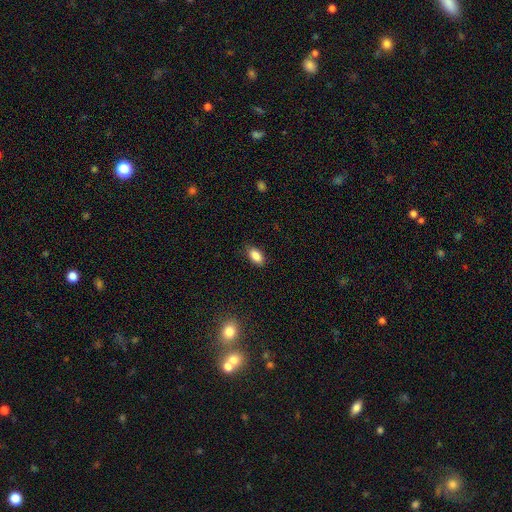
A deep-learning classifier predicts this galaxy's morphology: Smooth or featured? Predicted: smooth (p=0.87). How rounded? Predicted: in between (p=0.92). Merging? Predicted: none (p=0.84).